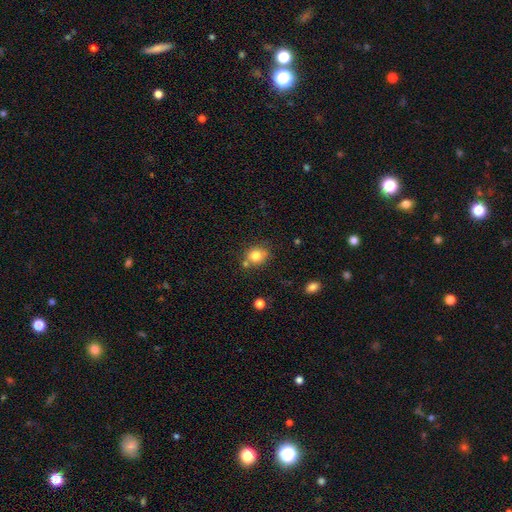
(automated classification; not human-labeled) Smooth or featured?
  - smooth: 79% *
  - star or artifact: 11%
  - featured or disk: 10%
How rounded?
  - round: 71% *
  - in between: 28%
  - cigar-shaped: 1%
Merging?
  - none: 63% *
  - minor disturbance: 16%
  - merger: 16%
  - major disturbance: 5%